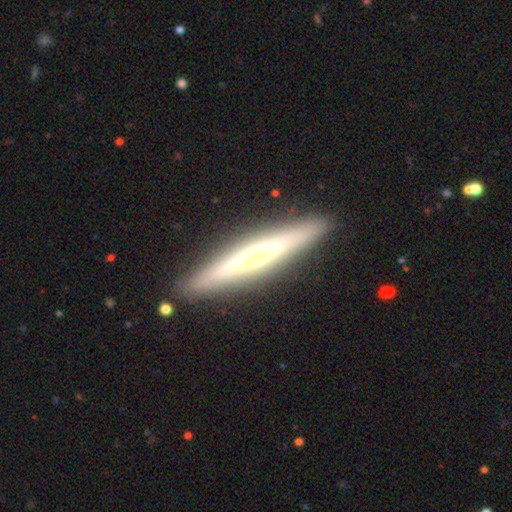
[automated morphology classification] Q: Smooth or featured?
A: featured or disk (60%); runner-up: smooth (33%)
Q: Edge-on disk?
A: yes (94%); runner-up: no (6%)
Q: Edge-on bulge?
A: rounded (45%); runner-up: none (43%)
Q: Merging?
A: none (90%); runner-up: minor disturbance (7%)